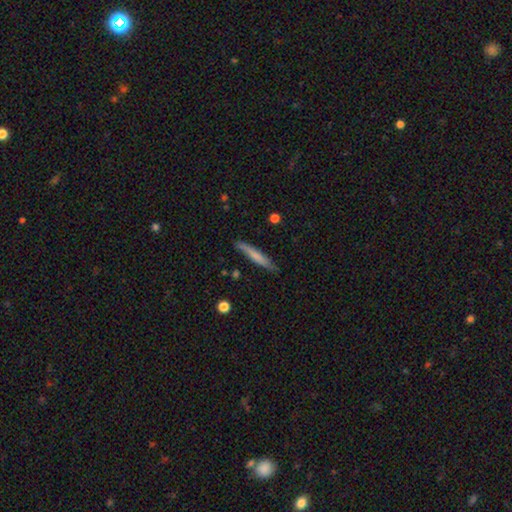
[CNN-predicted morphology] A smooth galaxy with no disk features (66%) that is cigar-shaped (94%). Merging: none (82%).